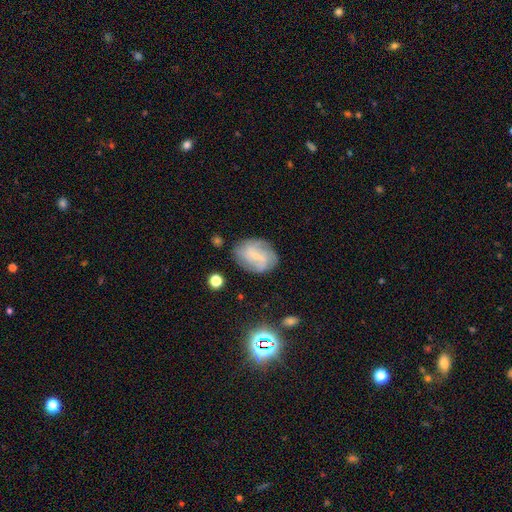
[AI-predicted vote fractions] Smooth or featured? featured or disk (63%)
Edge-on disk? no (97%)
Bar? weak (49%)
Spiral arms? yes (83%)
Spiral winding? medium (41%)
Spiral arm count? 2 (38%)
Bulge size? small (71%)
Merging? none (71%)